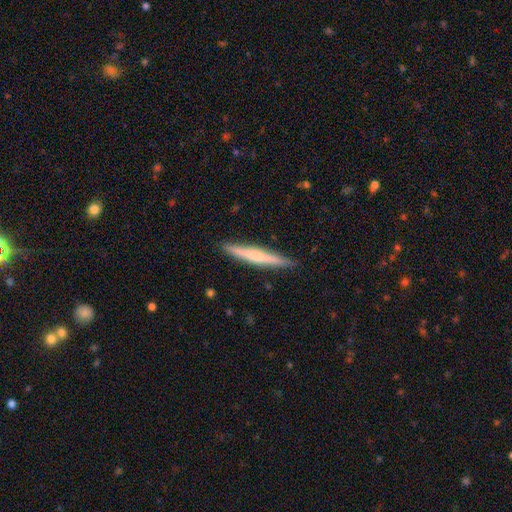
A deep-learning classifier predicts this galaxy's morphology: type=smooth (49%); merging=none (90%).